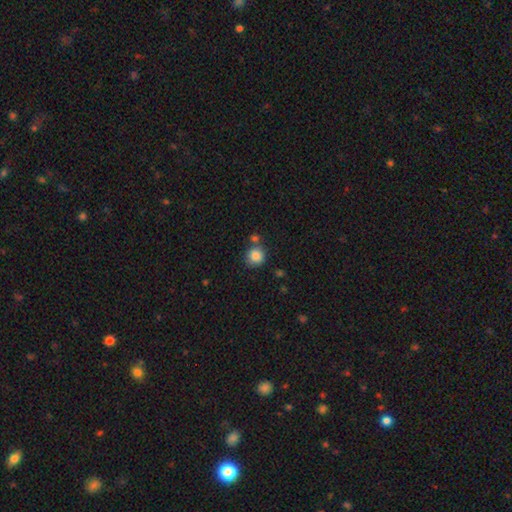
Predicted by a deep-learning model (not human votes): Q: Smooth or featured?
A: smooth (86%); runner-up: star or artifact (10%)
Q: How rounded?
A: round (88%); runner-up: in between (11%)
Q: Merging?
A: none (69%); runner-up: merger (16%)